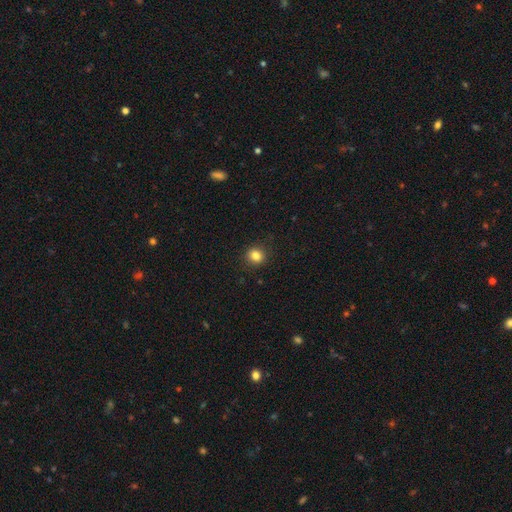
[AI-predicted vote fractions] Q: Smooth or featured?
A: smooth (84%); runner-up: star or artifact (11%)
Q: How rounded?
A: round (84%); runner-up: in between (15%)
Q: Merging?
A: none (90%); runner-up: minor disturbance (7%)